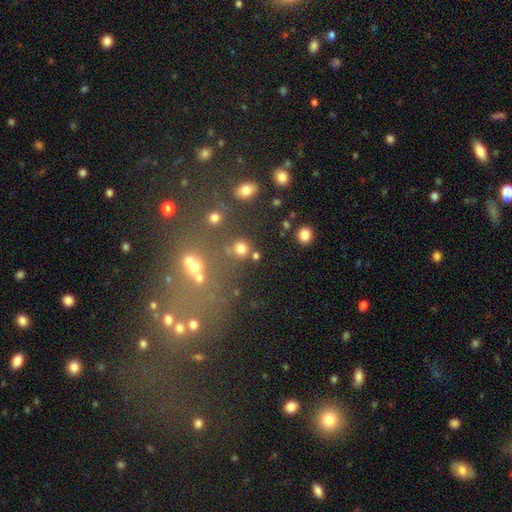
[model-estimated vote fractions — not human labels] Smooth or featured? smooth (62%)
How rounded? round (79%)
Merging? none (71%)